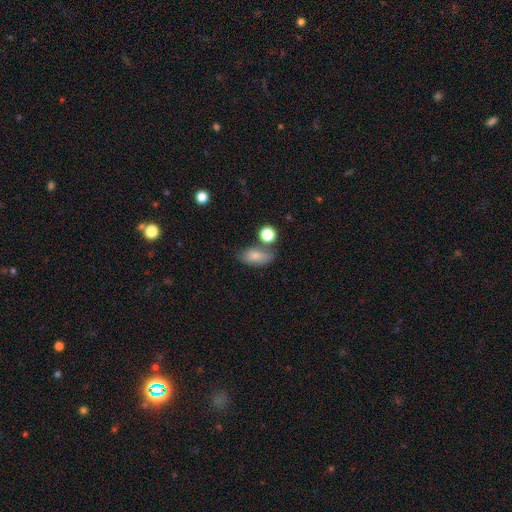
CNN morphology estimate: Smooth or featured?
  - smooth: 79% *
  - featured or disk: 12%
  - star or artifact: 9%
How rounded?
  - in between: 84% *
  - round: 10%
  - cigar-shaped: 7%
Merging?
  - none: 59% *
  - minor disturbance: 19%
  - merger: 15%
  - major disturbance: 7%